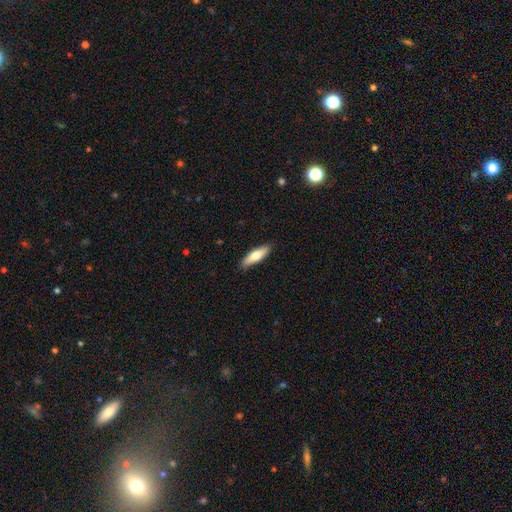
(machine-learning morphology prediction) A smooth galaxy with no disk features (69%) that is cigar-shaped (54%).

Vote fractions:
- Smooth or featured? smooth: 69% / featured or disk: 25% / star or artifact: 5%
- How rounded? cigar-shaped: 54% / in between: 44% / round: 2%
- Merging? none: 88% / minor disturbance: 9% / major disturbance: 2% / merger: 1%